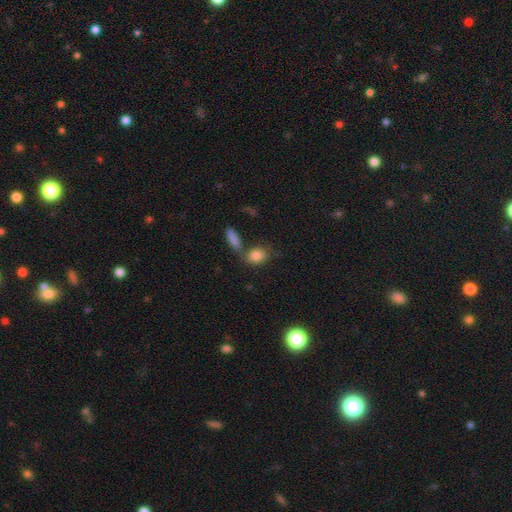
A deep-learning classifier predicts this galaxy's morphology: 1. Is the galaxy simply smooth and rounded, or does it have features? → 84% smooth, 9% star or artifact, 8% featured or disk.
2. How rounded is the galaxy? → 63% in between, 34% round, 3% cigar-shaped.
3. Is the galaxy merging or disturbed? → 61% none, 23% merger, 13% minor disturbance, 4% major disturbance.